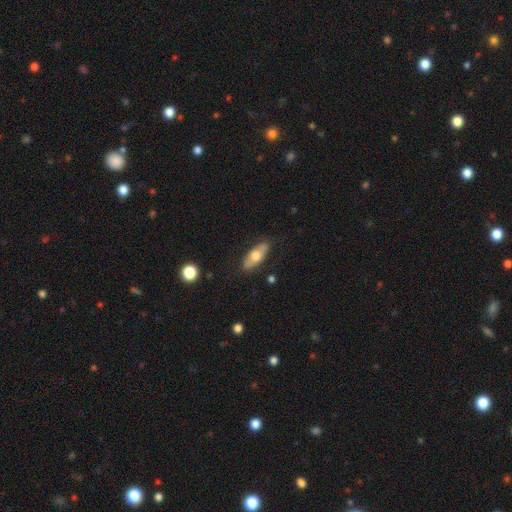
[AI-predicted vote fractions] Smooth or featured?
  - smooth: 58% *
  - featured or disk: 36%
  - star or artifact: 6%
How rounded?
  - in between: 77% *
  - cigar-shaped: 20%
  - round: 3%
Merging?
  - none: 82% *
  - minor disturbance: 13%
  - major disturbance: 3%
  - merger: 1%